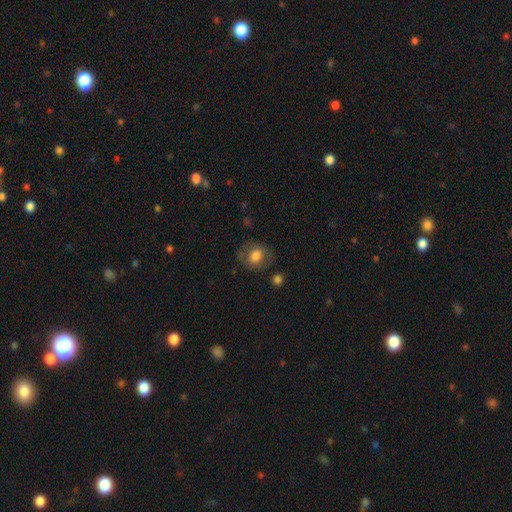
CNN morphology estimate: type=smooth (72%); roundness=round (61%); merging=none (75%).